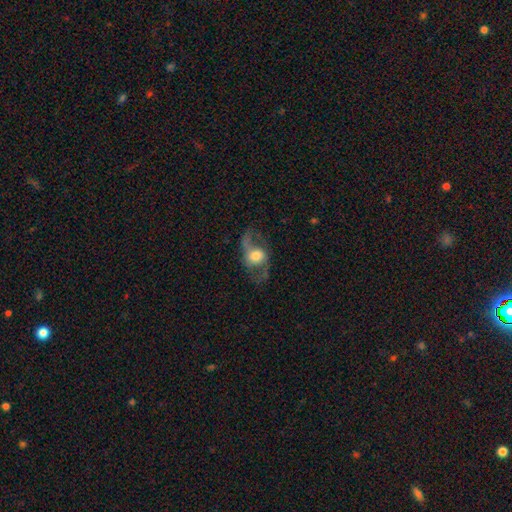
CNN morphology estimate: featured or disk 70%, smooth 23%, star or artifact 7%. Down the decision tree: edge-on disk — no (93%); bar — no (59%); spiral arms — yes (80%); spiral arm count — 2 (89%); spiral winding — loose (60%); bulge size — moderate (53%); merging — none (62%).